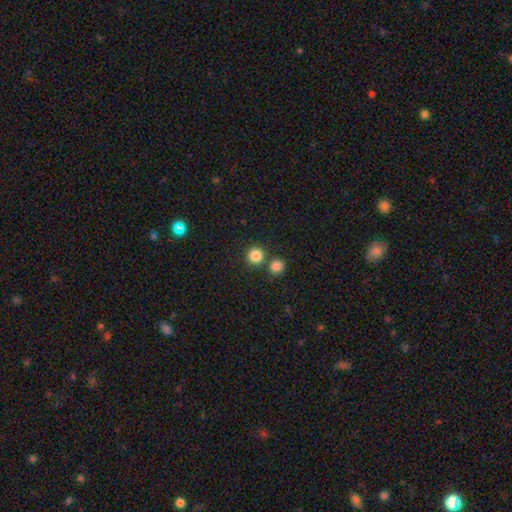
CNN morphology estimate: Overall: smooth (84%). How rounded: round (93%). Merging: none (76%).